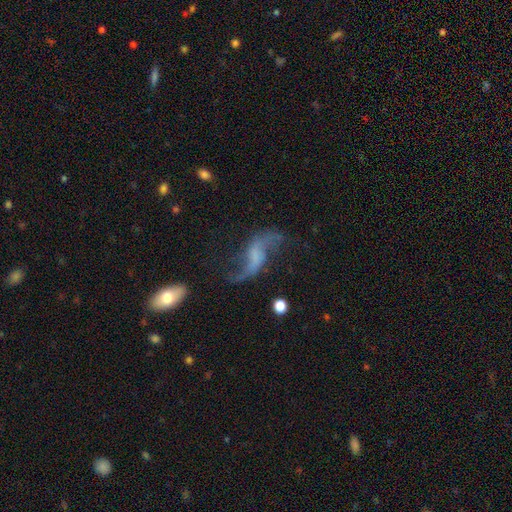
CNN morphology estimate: Smooth or featured?
  - featured or disk: 82% *
  - smooth: 10%
  - star or artifact: 8%
Edge-on disk?
  - no: 95% *
  - yes: 5%
Bar?
  - no: 43% *
  - weak: 39%
  - strong: 18%
Spiral arms?
  - yes: 94% *
  - no: 6%
Spiral winding?
  - loose: 92% *
  - medium: 6%
  - tight: 2%
Spiral arm count?
  - 2: 93% *
  - 1: 3%
  - can't tell: 2%
  - 3: 1%
  - 4: 1%
  - more than 4: 1%
Bulge size?
  - none: 60% *
  - small: 22%
  - moderate: 11%
  - large: 5%
  - dominant: 2%
Merging?
  - none: 65% *
  - minor disturbance: 17%
  - major disturbance: 14%
  - merger: 4%